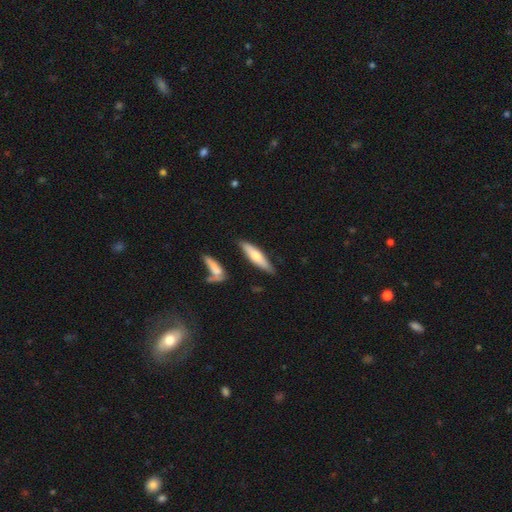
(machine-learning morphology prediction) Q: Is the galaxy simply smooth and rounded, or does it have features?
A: smooth — 61%.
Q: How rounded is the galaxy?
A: cigar-shaped — 74%.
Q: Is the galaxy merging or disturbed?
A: none — 78%.